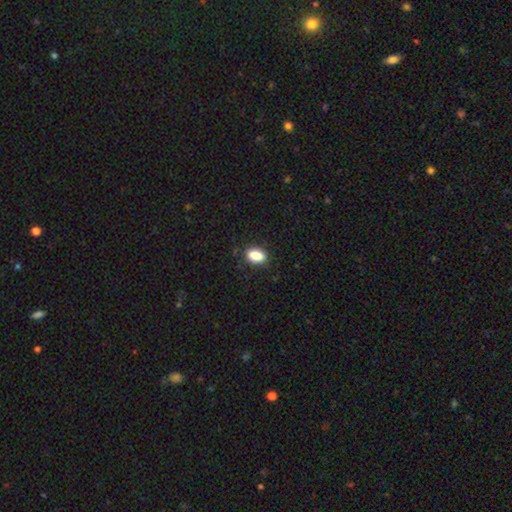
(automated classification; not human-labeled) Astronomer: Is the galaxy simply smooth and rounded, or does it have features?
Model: smooth — 87%.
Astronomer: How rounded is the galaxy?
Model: in between — 89%.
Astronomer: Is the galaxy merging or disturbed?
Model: none — 87%.